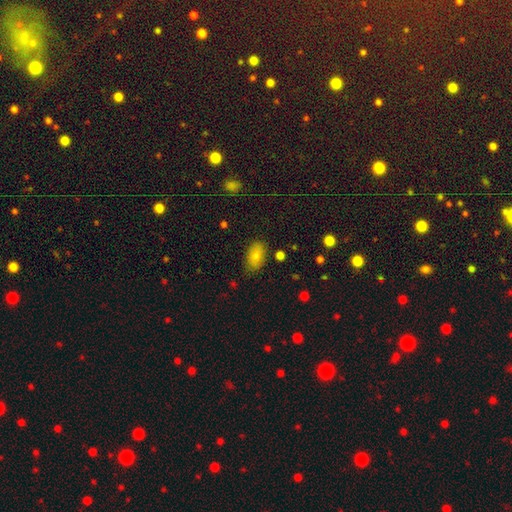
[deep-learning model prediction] smooth 79%, featured or disk 11%, star or artifact 9%. Down the decision tree: how rounded — in between (91%); merging — none (81%).